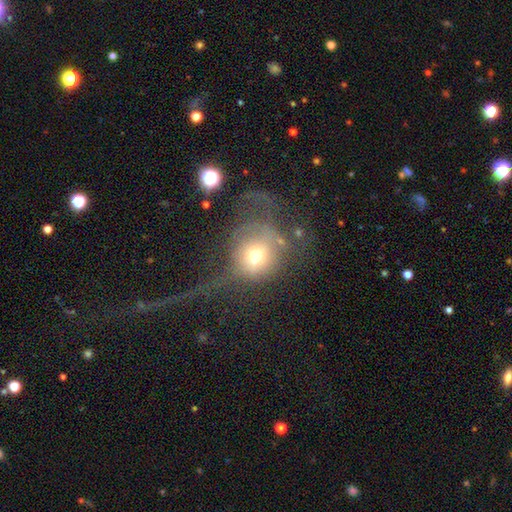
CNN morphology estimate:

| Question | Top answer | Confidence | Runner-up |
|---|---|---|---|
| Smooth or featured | smooth | 54% | featured or disk (32%) |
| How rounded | round | 81% | in between (17%) |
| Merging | major disturbance | 51% | none (27%) |